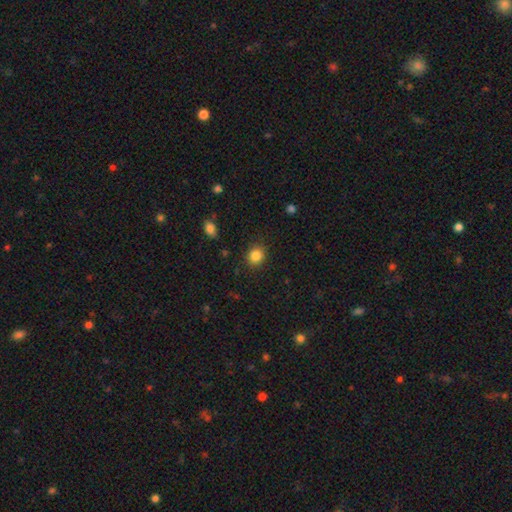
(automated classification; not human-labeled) This is clearly a smooth galaxy (85%). How rounded: likely round (79%). Merging: clearly none (89%).